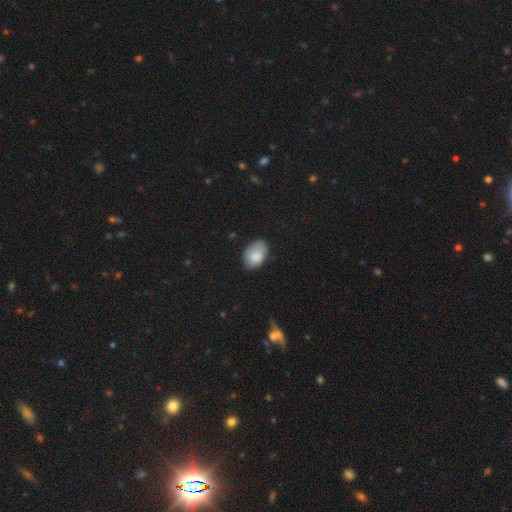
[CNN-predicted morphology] Q: Smooth or featured?
A: smooth (84%); runner-up: featured or disk (9%)
Q: How rounded?
A: in between (86%); runner-up: round (13%)
Q: Merging?
A: none (65%); runner-up: minor disturbance (27%)